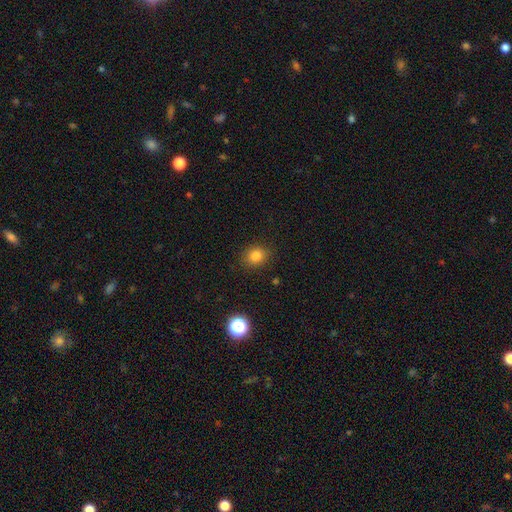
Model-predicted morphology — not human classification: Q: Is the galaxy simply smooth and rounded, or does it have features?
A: smooth — 82%.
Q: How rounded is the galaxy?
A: round — 67%.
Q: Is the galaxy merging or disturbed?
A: none — 86%.